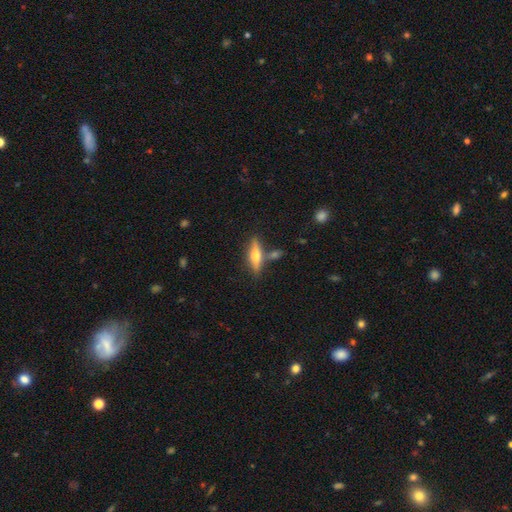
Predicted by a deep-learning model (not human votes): A featured or disk galaxy (48%).

Vote fractions:
- Smooth or featured? featured or disk: 48% / smooth: 45% / star or artifact: 7%
- Merging? none: 72% / minor disturbance: 12% / merger: 12% / major disturbance: 4%